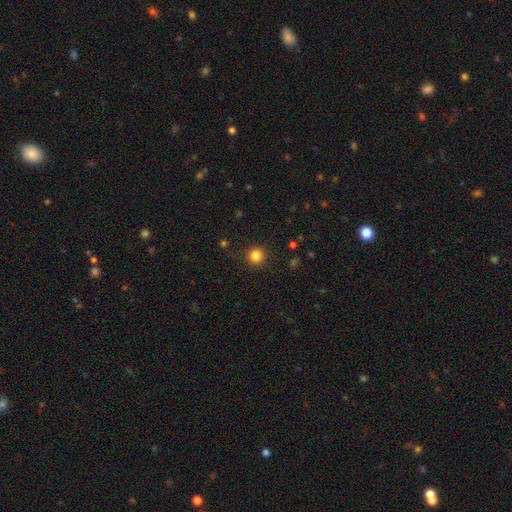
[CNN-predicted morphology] The model was most divided on "smooth or featured": smooth: 84%, star or artifact: 12%, featured or disk: 4%. More confident: how rounded — round (94%); merging — none (90%).